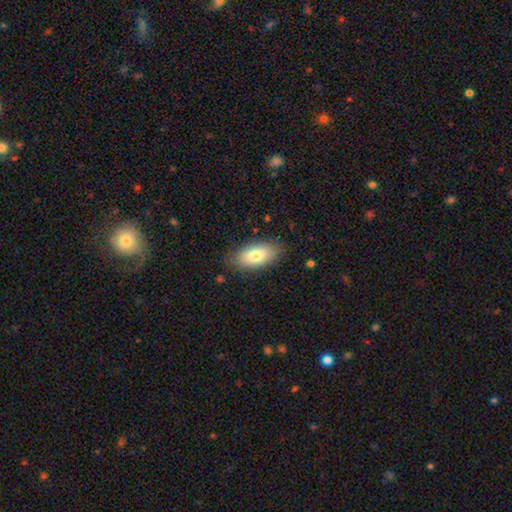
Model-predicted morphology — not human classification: Smooth or featured? smooth (78%)
How rounded? in between (90%)
Merging? none (81%)